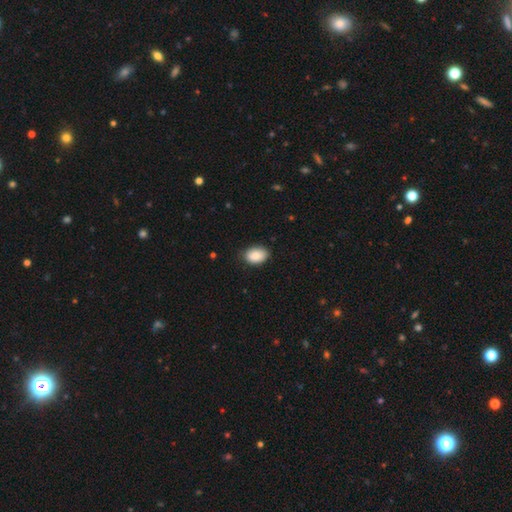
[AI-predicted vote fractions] smooth-or-featured: smooth: 89% | star or artifact: 7% | featured or disk: 4%
  how-rounded: in between: 85% | round: 13% | cigar-shaped: 1%
  merging: none: 82% | minor disturbance: 15% | major disturbance: 3% | merger: 1%